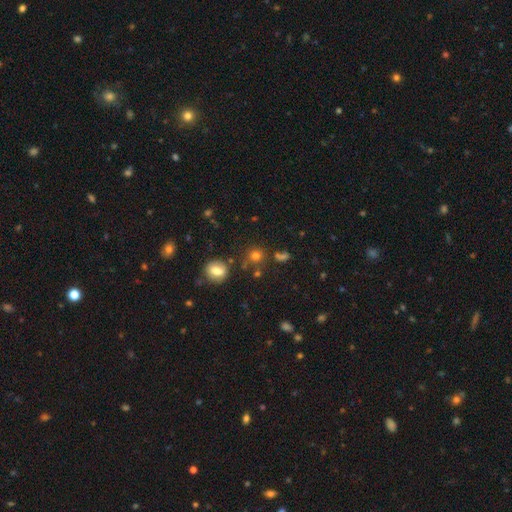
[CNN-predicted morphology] Overall: smooth (74%). How rounded: round (86%). Merging: none (72%).